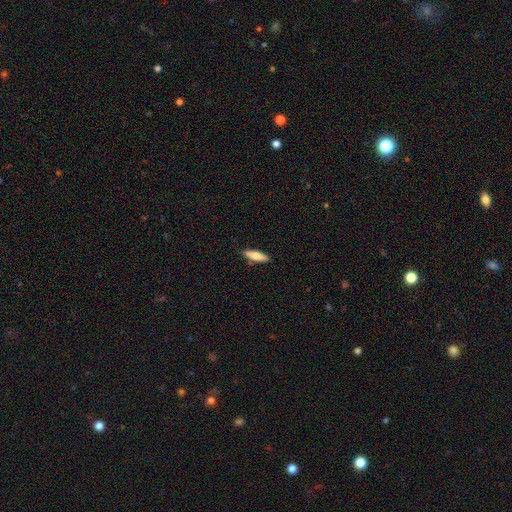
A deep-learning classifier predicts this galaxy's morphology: Smooth or featured? smooth (70%)
How rounded? cigar-shaped (64%)
Merging? none (86%)